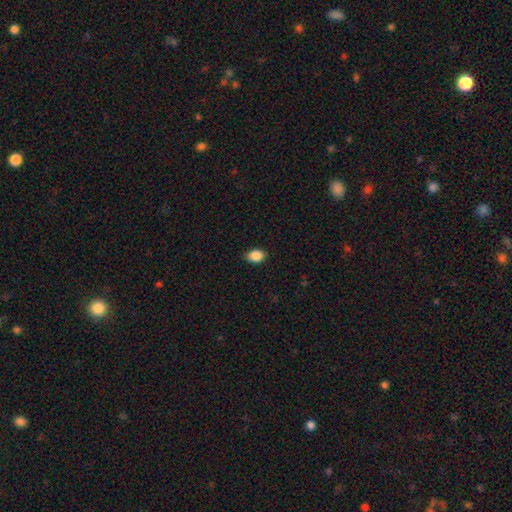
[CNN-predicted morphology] The model was most divided on "how rounded": in between: 71%, round: 28%, cigar-shaped: 1%. More confident: smooth or featured — smooth (88%); merging — none (84%).